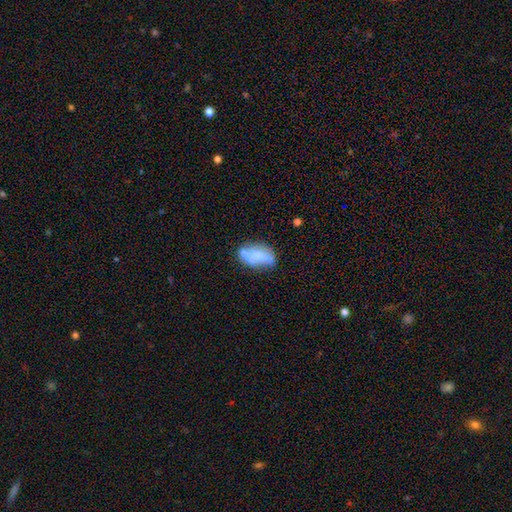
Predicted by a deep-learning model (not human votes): Q: Smooth or featured?
A: smooth (56%); runner-up: featured or disk (35%)
Q: How rounded?
A: in between (90%); runner-up: round (7%)
Q: Merging?
A: none (44%); runner-up: minor disturbance (27%)